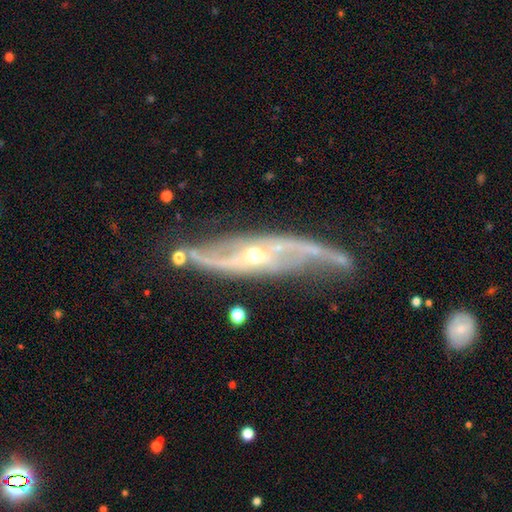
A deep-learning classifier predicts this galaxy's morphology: Overall: featured or disk (89%). Edge-on disk: no (77%). Bar: no (51%; weak 30%). Spiral arms: yes (95%). Spiral arm count: 2 (84%). Spiral winding: loose (49%; medium 35%). Bulge size: small (60%; moderate 37%). Merging: none (60%; minor disturbance 22%).